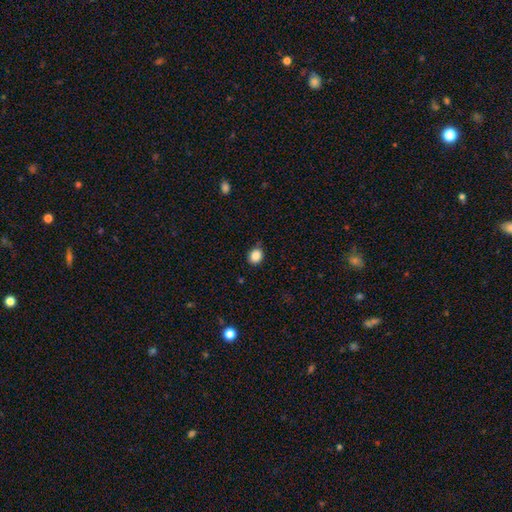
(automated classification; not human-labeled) Smooth or featured?
  - smooth: 87% *
  - star or artifact: 10%
  - featured or disk: 3%
How rounded?
  - round: 68% *
  - in between: 32%
  - cigar-shaped: 1%
Merging?
  - none: 81% *
  - minor disturbance: 15%
  - major disturbance: 3%
  - merger: 2%